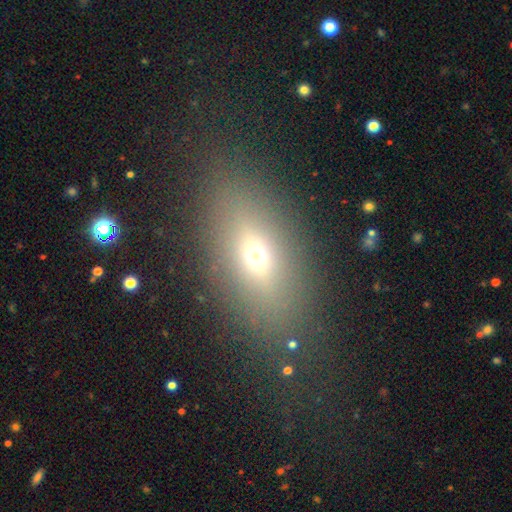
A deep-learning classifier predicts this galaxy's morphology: A smooth galaxy with no disk features (61%) that is in between round and cigar-shaped (74%). Merging: none (78%).